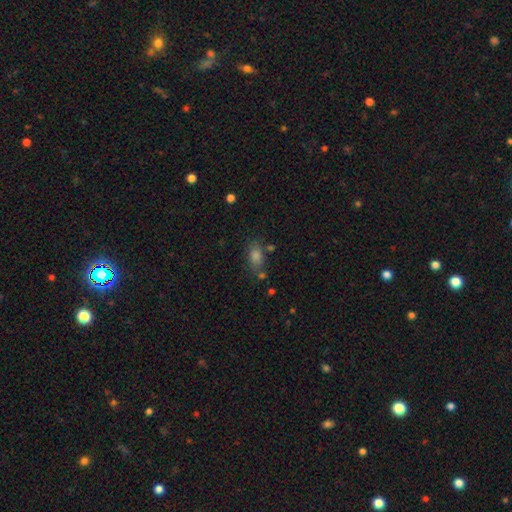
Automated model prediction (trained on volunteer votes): Q: Smooth or featured?
A: smooth (70%); runner-up: star or artifact (19%)
Q: How rounded?
A: in between (80%); runner-up: round (12%)
Q: Merging?
A: none (73%); runner-up: minor disturbance (14%)